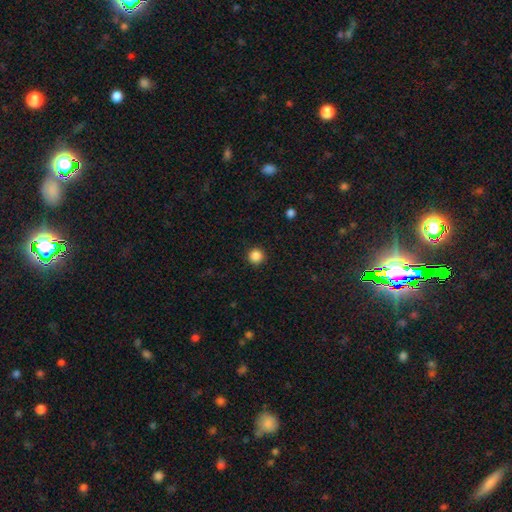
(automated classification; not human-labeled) Overall: smooth (86%). How rounded: round (96%). Merging: none (92%).